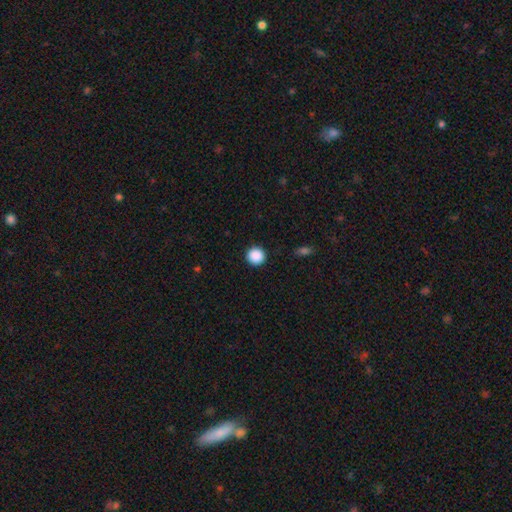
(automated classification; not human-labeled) smooth_or_featured: smooth (p=0.88) [alt: star or artifact p=0.09]
how_rounded: round (p=0.96) [alt: in between p=0.03]
merging: none (p=0.92) [alt: minor disturbance p=0.05]